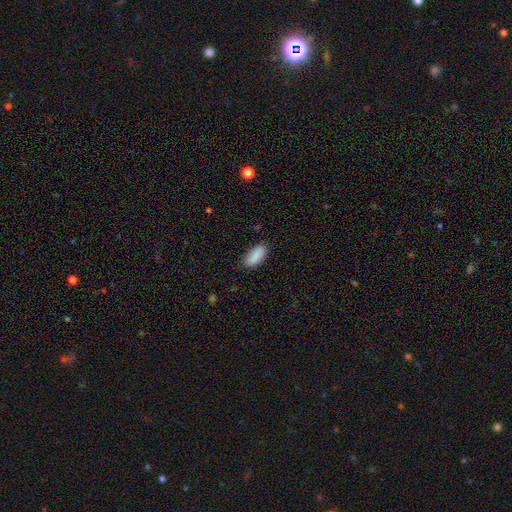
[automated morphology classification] Smooth or featured: smooth — 89% (star or artifact — 7%)
How rounded: in between — 88% (cigar-shaped — 10%)
Merging: none — 84% (minor disturbance — 13%)